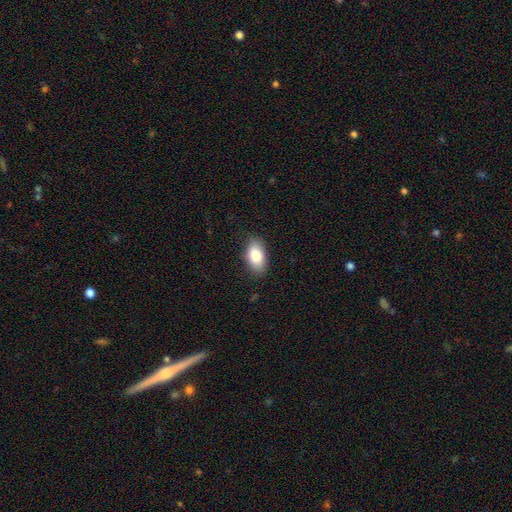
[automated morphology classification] smooth_or_featured: smooth (p=0.85) [alt: featured or disk p=0.09]
how_rounded: in between (p=0.92) [alt: round p=0.05]
merging: none (p=0.82) [alt: minor disturbance p=0.14]